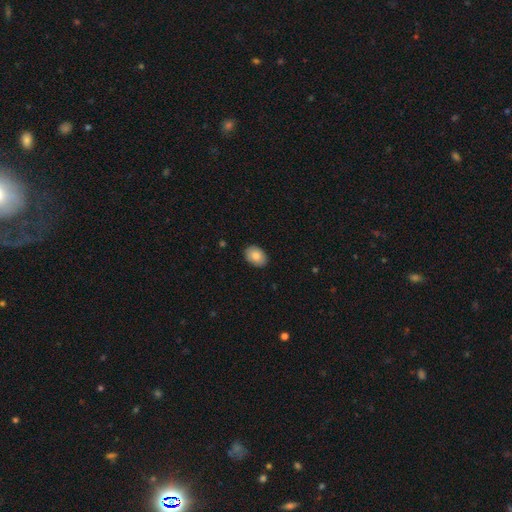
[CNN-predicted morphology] Smooth or featured? Predicted: smooth (p=0.84). How rounded? Predicted: in between (p=0.80). Merging? Predicted: none (p=0.88).